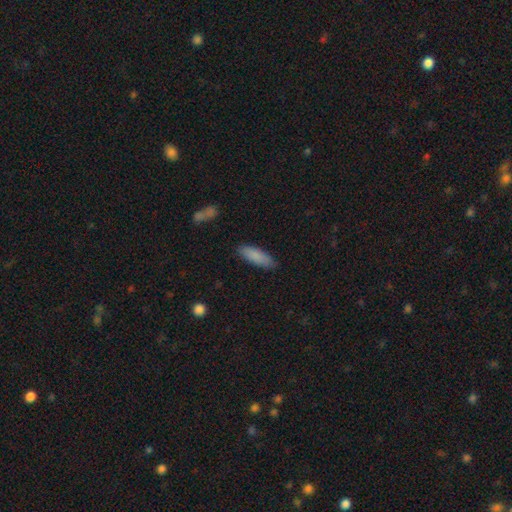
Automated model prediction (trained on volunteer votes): Smooth or featured?
  - smooth: 86% *
  - featured or disk: 8%
  - star or artifact: 6%
How rounded?
  - in between: 55% *
  - cigar-shaped: 43%
  - round: 2%
Merging?
  - none: 86% *
  - minor disturbance: 11%
  - major disturbance: 2%
  - merger: 1%